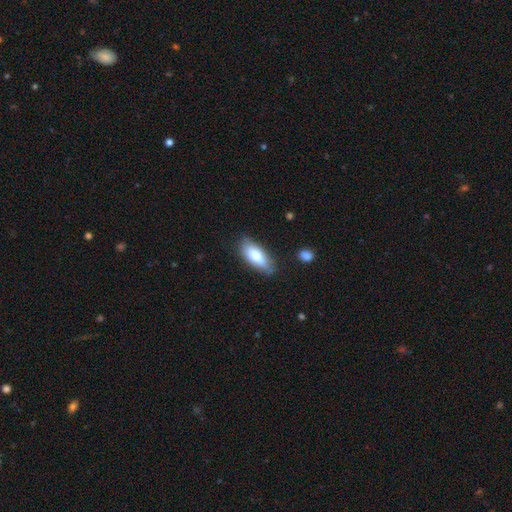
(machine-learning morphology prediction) Overall: smooth (76%). How rounded: in between (78%). Merging: none (78%).